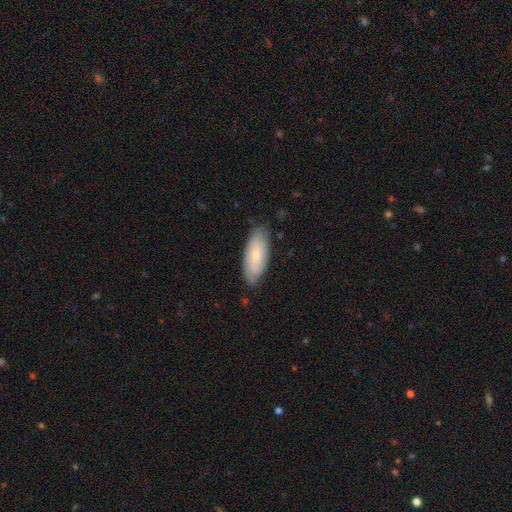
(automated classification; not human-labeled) Smooth or featured? smooth (66%)
How rounded? in between (78%)
Merging? none (80%)